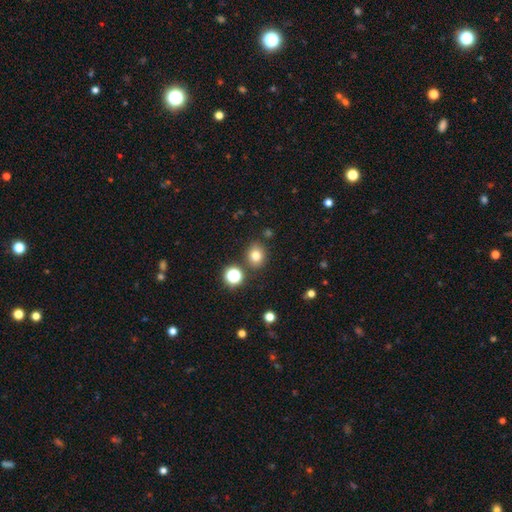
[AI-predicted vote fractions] Smooth or featured? Predicted: smooth (p=0.77). How rounded? Predicted: round (p=0.65). Merging? Predicted: none (p=0.81).